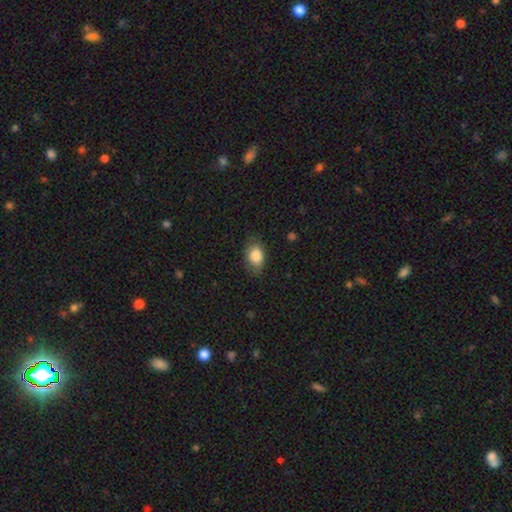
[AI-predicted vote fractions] smooth-or-featured: smooth: 84% | featured or disk: 8% | star or artifact: 8%
  how-rounded: in between: 83% | round: 16% | cigar-shaped: 2%
  merging: none: 77% | minor disturbance: 18% | major disturbance: 4% | merger: 1%